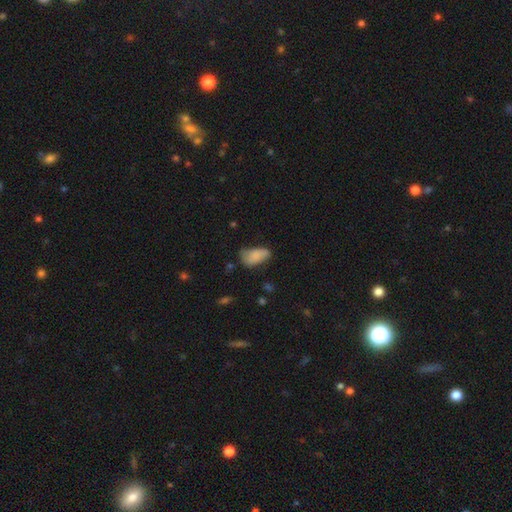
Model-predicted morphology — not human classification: Overall: smooth (80%). How rounded: in between (92%). Merging: none (39%, tied with minor disturbance).